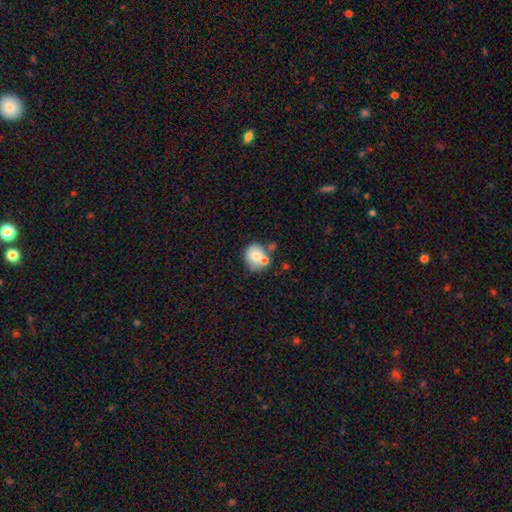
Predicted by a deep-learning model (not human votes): Smooth or featured: smooth — 71% (featured or disk — 21%)
How rounded: round — 77% (in between — 22%)
Merging: none — 48% (merger — 32%)